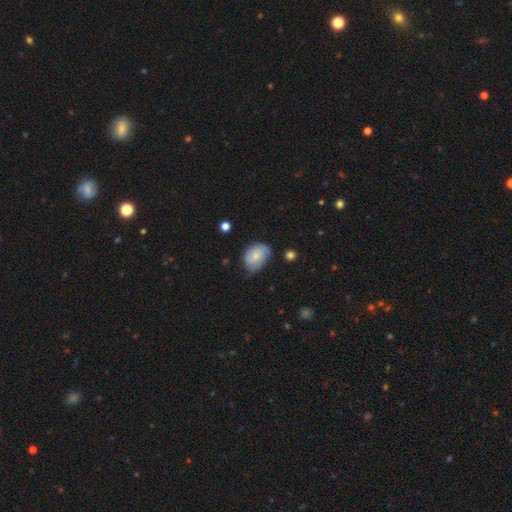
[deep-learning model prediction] The model was most divided on "merging": none: 44%, minor disturbance: 43%, major disturbance: 11%, merger: 3%. More confident: how rounded — in between (69%); smooth or featured — smooth (64%).